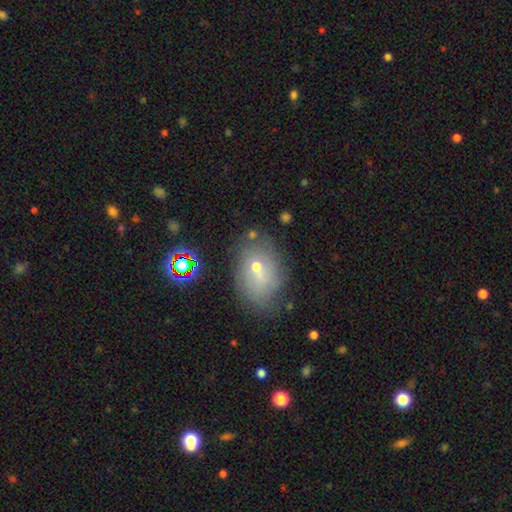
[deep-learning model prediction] Q: Smooth or featured?
A: smooth (50%); runner-up: featured or disk (31%)
Q: Merging?
A: none (68%); runner-up: minor disturbance (20%)